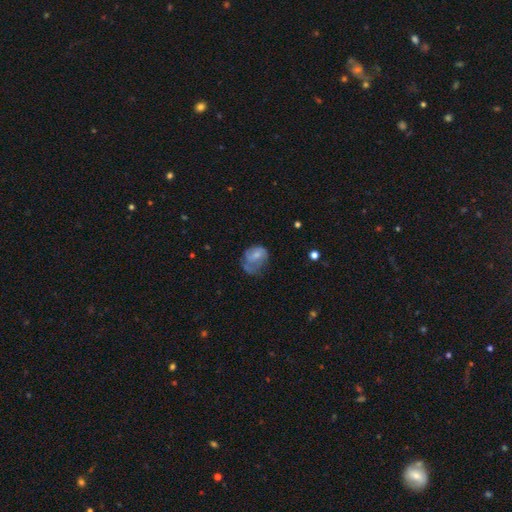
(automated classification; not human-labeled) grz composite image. It shows a featured or disk galaxy (48%). Merging: major disturbance (34%).